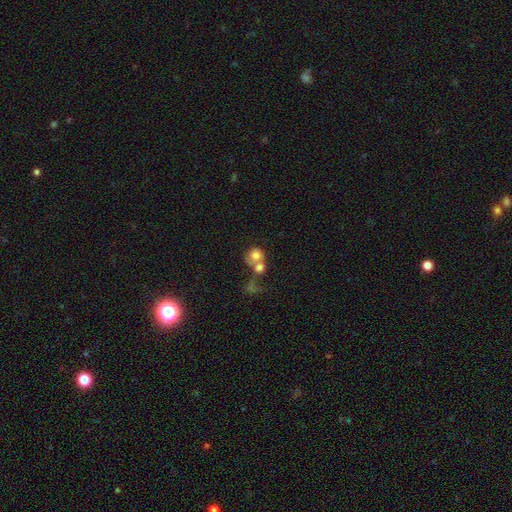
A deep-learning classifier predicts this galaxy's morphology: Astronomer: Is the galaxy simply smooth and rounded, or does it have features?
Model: smooth — 71%.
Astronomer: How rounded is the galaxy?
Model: round — 80%.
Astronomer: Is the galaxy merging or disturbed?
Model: merger — 60%.